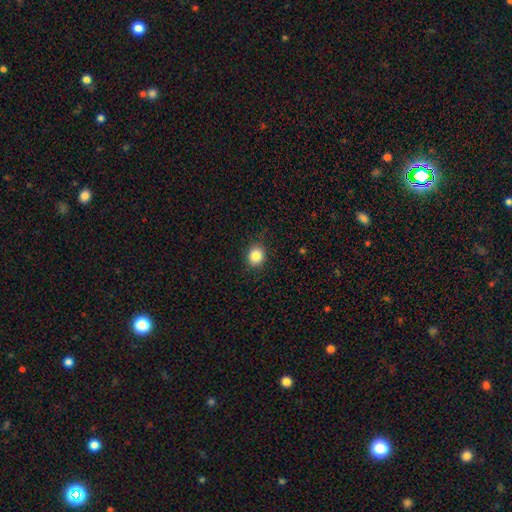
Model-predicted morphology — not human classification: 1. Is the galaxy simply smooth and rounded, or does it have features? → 85% smooth, 10% star or artifact, 5% featured or disk.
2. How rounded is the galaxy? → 73% round, 26% in between, 1% cigar-shaped.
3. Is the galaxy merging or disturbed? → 88% none, 9% minor disturbance, 2% major disturbance, 1% merger.